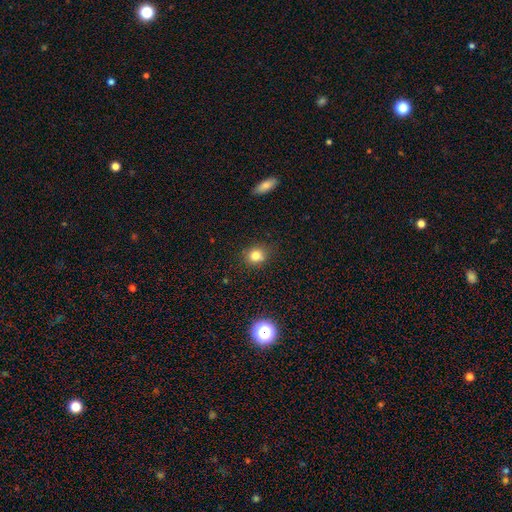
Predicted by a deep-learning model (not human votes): smooth_or_featured: smooth (p=0.80) [alt: star or artifact p=0.13]
how_rounded: round (p=0.73) [alt: in between p=0.26]
merging: none (p=0.82) [alt: minor disturbance p=0.12]